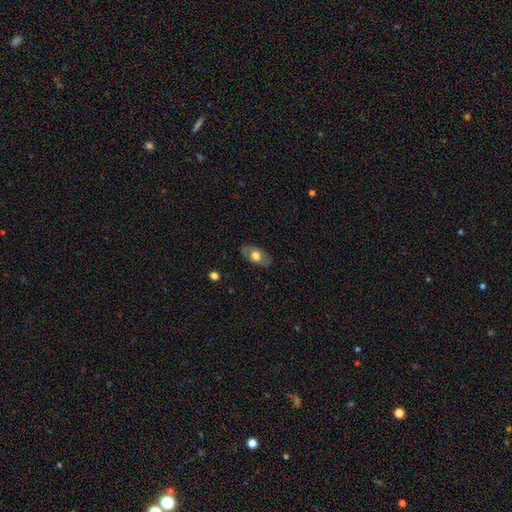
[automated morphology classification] Smooth or featured? smooth (60%)
How rounded? in between (89%)
Merging? none (82%)